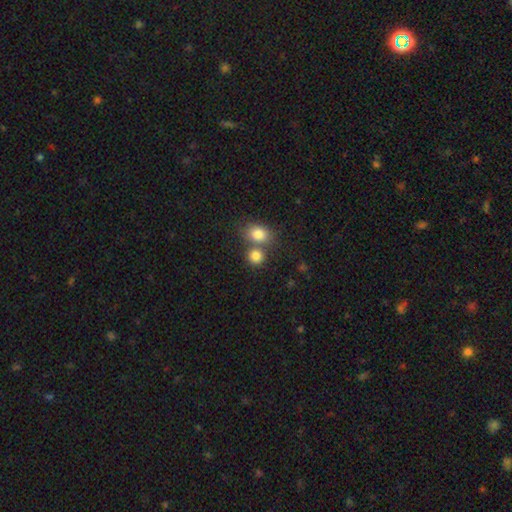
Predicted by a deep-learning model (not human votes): Morphology: type=smooth (83%); roundness=round (76%); merging=none (50%).